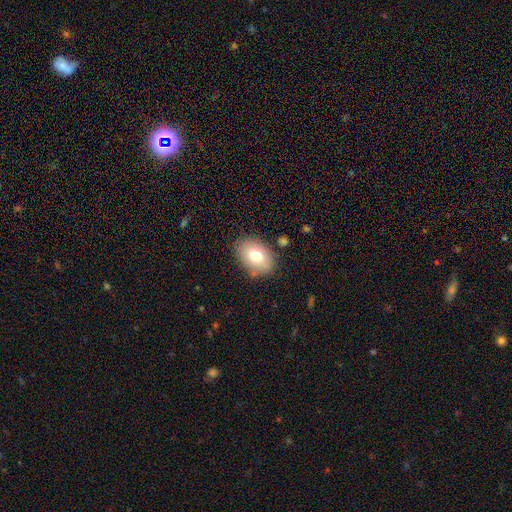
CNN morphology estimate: This appears to be a smooth galaxy with no disk features (74%) that is in between round and cigar-shaped (81%). Merging: none (82%).